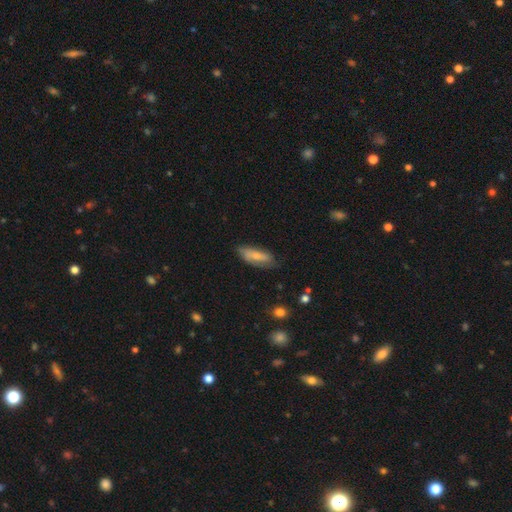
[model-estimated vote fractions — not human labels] Smooth or featured? Predicted: smooth (p=0.62). How rounded? Predicted: in between (p=0.68). Merging? Predicted: none (p=0.63).